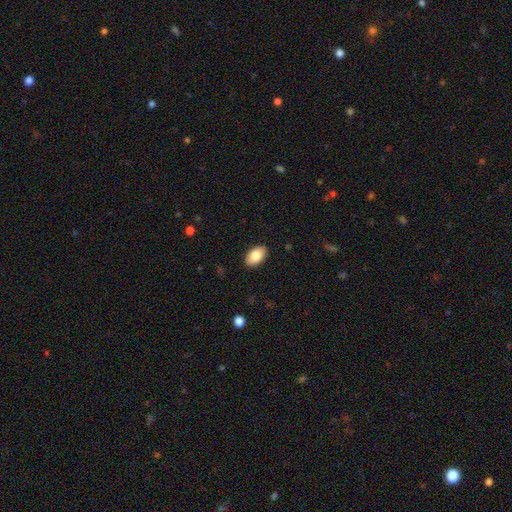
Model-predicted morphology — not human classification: Smooth or featured? smooth (83%)
How rounded? in between (93%)
Merging? none (89%)